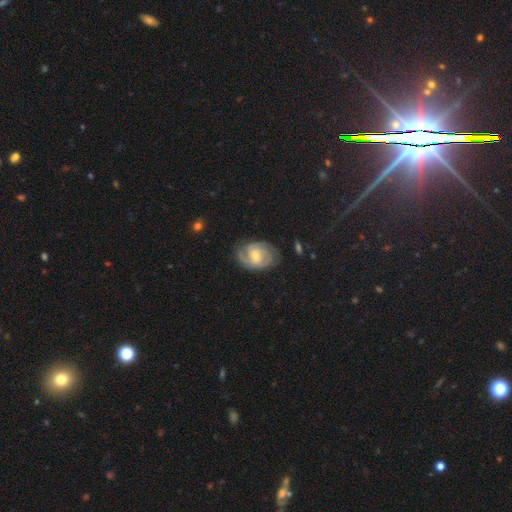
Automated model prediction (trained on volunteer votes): Smooth or featured?
  - featured or disk: 84% *
  - smooth: 11%
  - star or artifact: 5%
Edge-on disk?
  - no: 98% *
  - yes: 2%
Bar?
  - weak: 48% *
  - no: 42%
  - strong: 10%
Spiral arms?
  - yes: 96% *
  - no: 4%
Spiral winding?
  - tight: 57% *
  - medium: 36%
  - loose: 8%
Spiral arm count?
  - 2: 44% *
  - 3: 25%
  - can't tell: 18%
  - 4: 5%
  - 1: 4%
  - more than 4: 4%
Bulge size?
  - moderate: 49% *
  - small: 44%
  - large: 3%
  - none: 3%
  - dominant: 1%
Merging?
  - none: 74% *
  - minor disturbance: 19%
  - major disturbance: 6%
  - merger: 1%